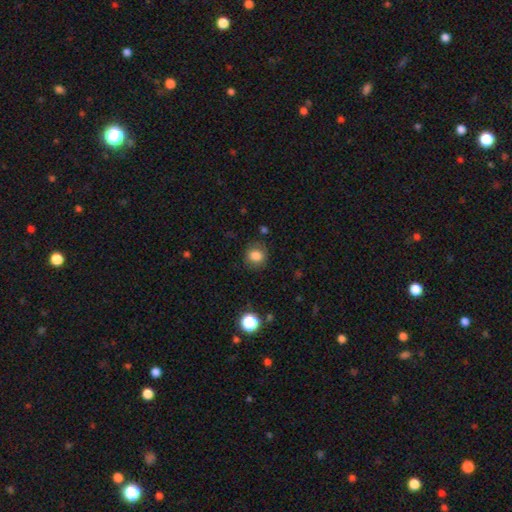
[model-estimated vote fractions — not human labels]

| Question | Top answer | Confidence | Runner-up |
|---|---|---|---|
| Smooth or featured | smooth | 82% | star or artifact (11%) |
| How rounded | round | 75% | in between (24%) |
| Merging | none | 82% | minor disturbance (12%) |